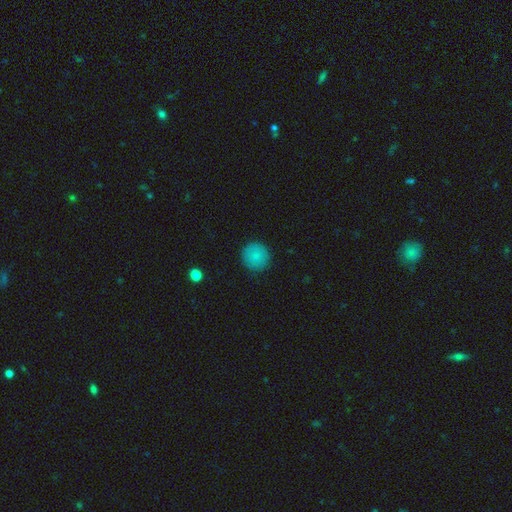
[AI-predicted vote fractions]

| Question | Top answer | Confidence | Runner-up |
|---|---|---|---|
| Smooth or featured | smooth | 85% | star or artifact (9%) |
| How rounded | round | 95% | in between (4%) |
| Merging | none | 90% | minor disturbance (7%) |